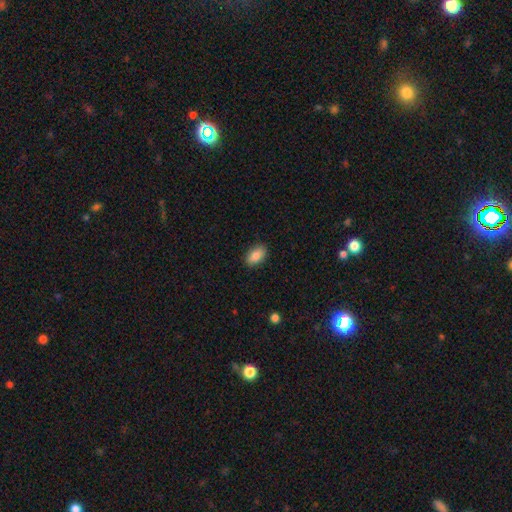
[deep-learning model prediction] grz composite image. It shows a smooth galaxy with no disk features (85%) that is in between round and cigar-shaped (91%). Merging: none (88%).